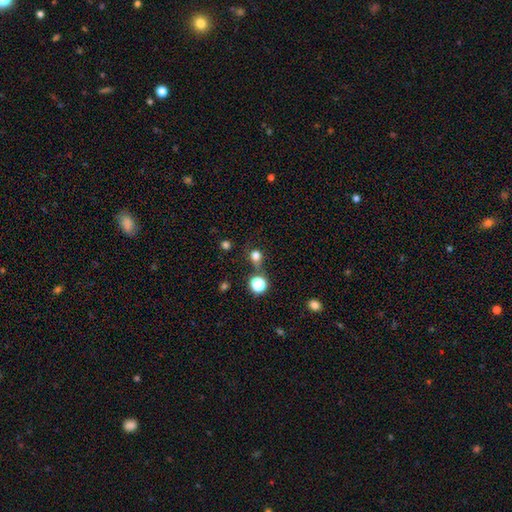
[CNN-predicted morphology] Q: Smooth or featured?
A: smooth (73%); runner-up: star or artifact (20%)
Q: How rounded?
A: round (81%); runner-up: in between (18%)
Q: Merging?
A: none (59%); runner-up: minor disturbance (17%)